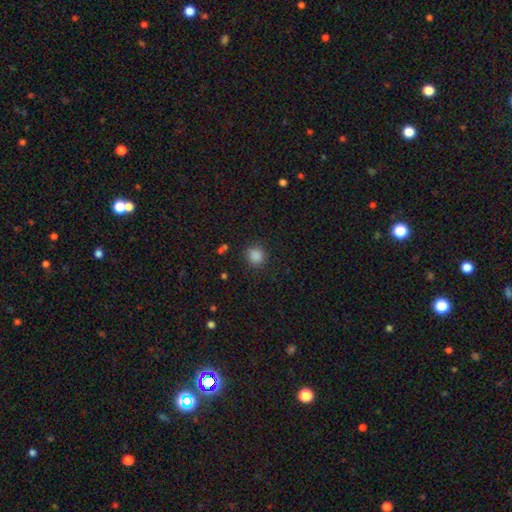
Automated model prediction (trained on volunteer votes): This appears to be a smooth galaxy with no disk features (86%) that is round (89%). Merging: none (88%).